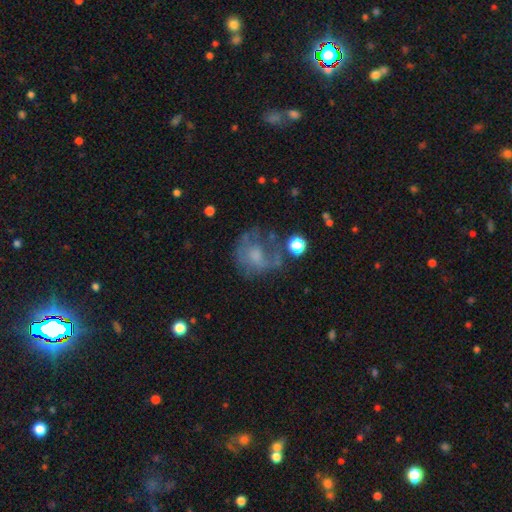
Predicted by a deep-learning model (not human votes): A featured or disk galaxy (47%).

Vote fractions:
- Smooth or featured? featured or disk: 47% / smooth: 39% / star or artifact: 14%
- Merging? none: 41% / major disturbance: 32% / minor disturbance: 22% / merger: 5%